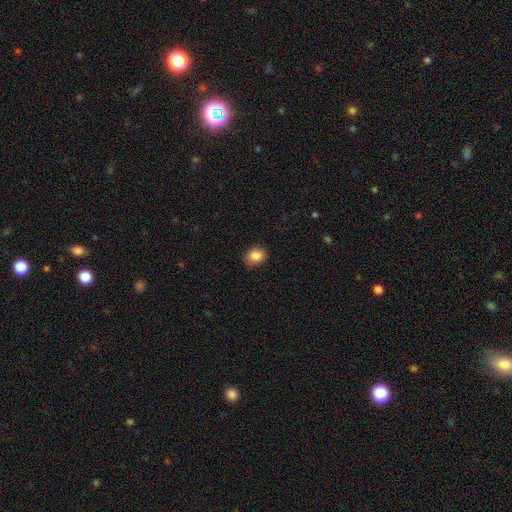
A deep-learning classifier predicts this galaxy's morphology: Smooth or featured? Predicted: smooth (p=0.85). How rounded? Predicted: round (p=0.60). Merging? Predicted: none (p=0.83).